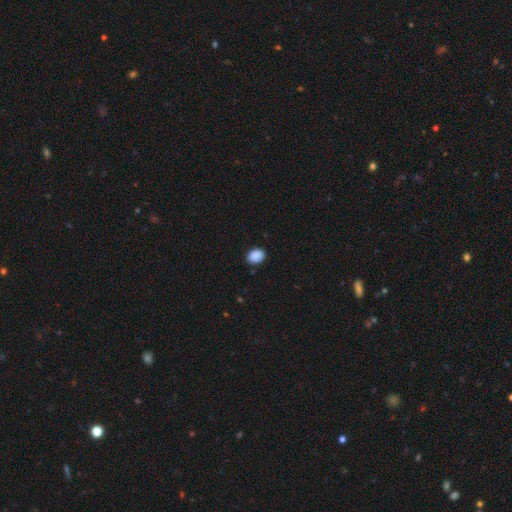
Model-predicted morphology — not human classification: type=smooth (89%); roundness=in between (62%); merging=none (88%).